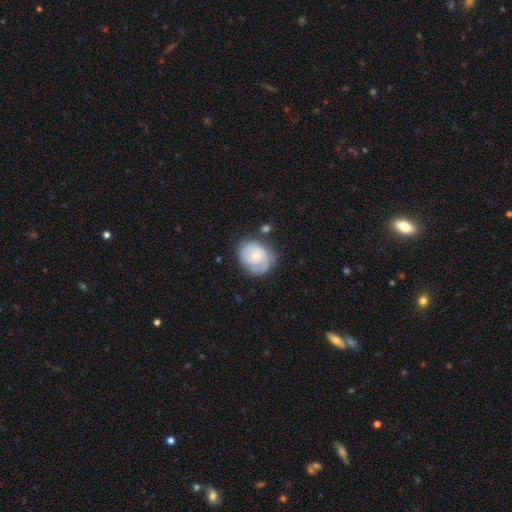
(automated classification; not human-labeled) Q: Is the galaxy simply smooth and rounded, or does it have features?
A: featured or disk — 71%.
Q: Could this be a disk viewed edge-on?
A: no — 98%.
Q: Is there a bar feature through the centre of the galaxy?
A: no — 72%.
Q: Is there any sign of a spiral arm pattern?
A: yes — 88%.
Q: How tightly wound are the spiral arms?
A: tight — 59%.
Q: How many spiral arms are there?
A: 2 — 50%.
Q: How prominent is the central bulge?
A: small — 55%.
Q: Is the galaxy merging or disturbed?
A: none — 68%.